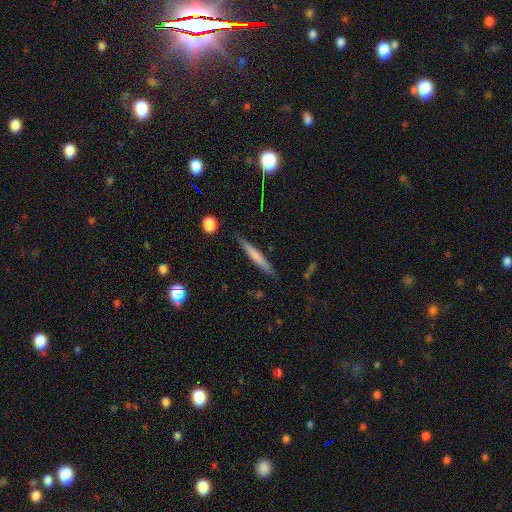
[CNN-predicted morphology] Smooth or featured?
  - smooth: 63% *
  - featured or disk: 31%
  - star or artifact: 6%
How rounded?
  - cigar-shaped: 95% *
  - in between: 4%
  - round: 1%
Merging?
  - none: 86% *
  - minor disturbance: 10%
  - major disturbance: 2%
  - merger: 2%